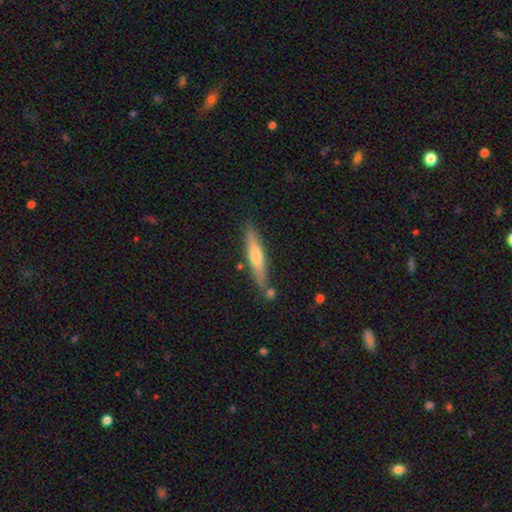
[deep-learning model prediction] Morphology: type=featured or disk (47%, tied with smooth); merging=none (81%).